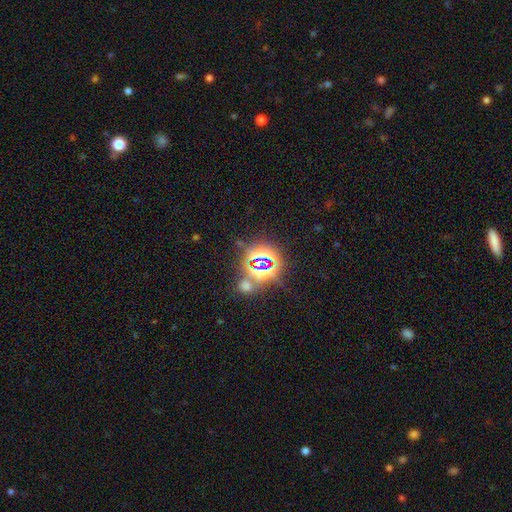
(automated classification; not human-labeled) This is likely a star or artifact rather than a galaxy (78%).